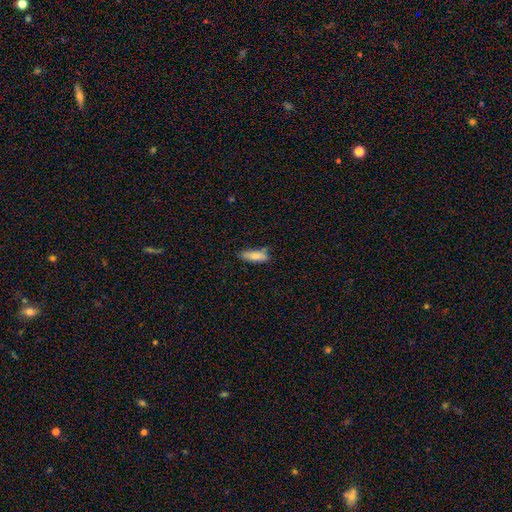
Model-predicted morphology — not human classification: Smooth or featured?
  - smooth: 83% *
  - featured or disk: 10%
  - star or artifact: 7%
How rounded?
  - in between: 55% *
  - cigar-shaped: 43%
  - round: 2%
Merging?
  - none: 66% *
  - minor disturbance: 22%
  - merger: 7%
  - major disturbance: 5%